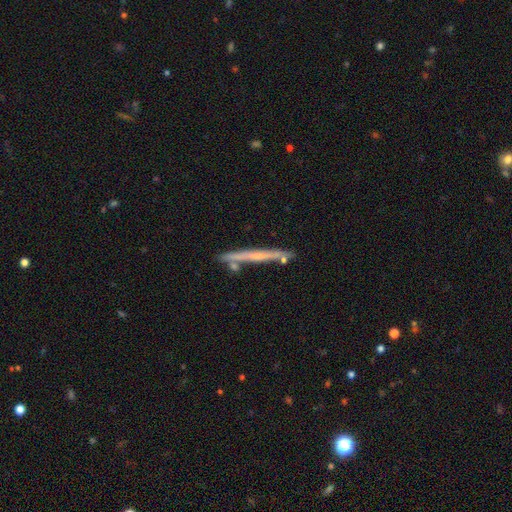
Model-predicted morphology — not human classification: smooth_or_featured: featured or disk (p=0.56) [alt: smooth p=0.37]
disk_edge_on: yes (p=0.96) [alt: no p=0.04]
edge_on_bulge: none (p=0.76) [alt: rounded p=0.19]
merging: none (p=0.81) [alt: minor disturbance p=0.12]